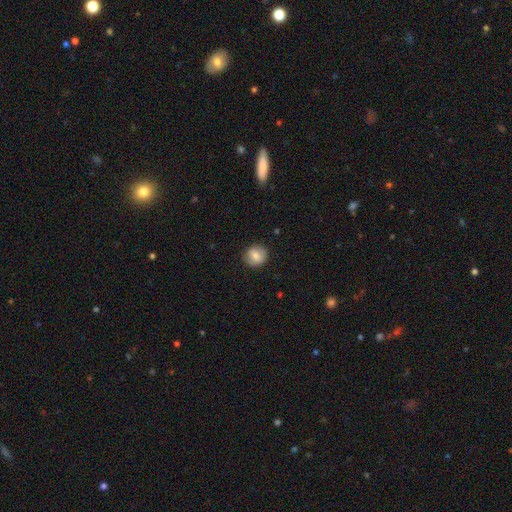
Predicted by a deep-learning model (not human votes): smooth_or_featured: smooth (p=0.80) [alt: featured or disk p=0.12]
how_rounded: round (p=0.85) [alt: in between p=0.14]
merging: none (p=0.88) [alt: minor disturbance p=0.09]